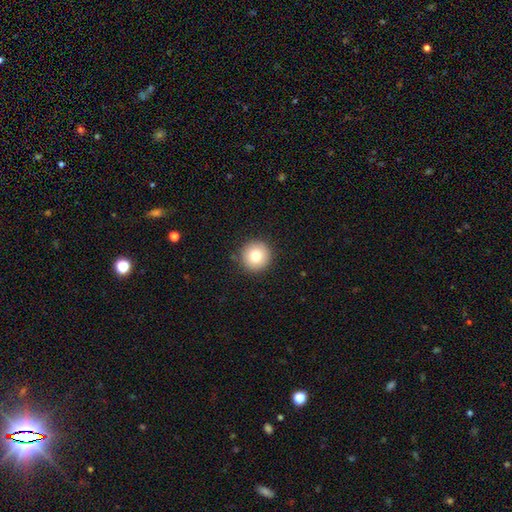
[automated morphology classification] smooth-or-featured: smooth: 78% | featured or disk: 11% | star or artifact: 10%
  how-rounded: round: 96% | in between: 4% | cigar-shaped: 1%
  merging: none: 91% | minor disturbance: 6% | major disturbance: 2% | merger: 1%